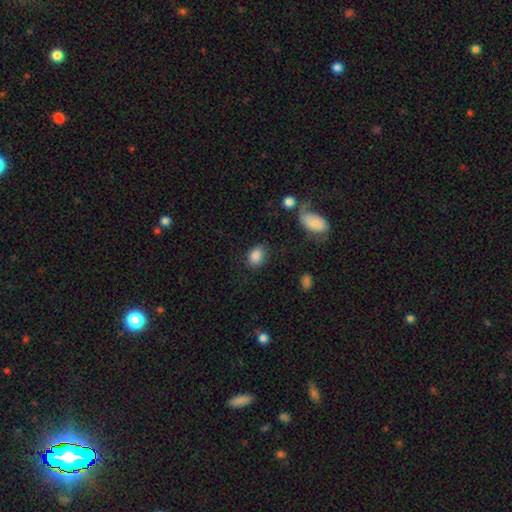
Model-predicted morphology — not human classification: This appears to be a smooth galaxy with no disk features (86%) that is in between round and cigar-shaped (79%). Merging: none (79%).